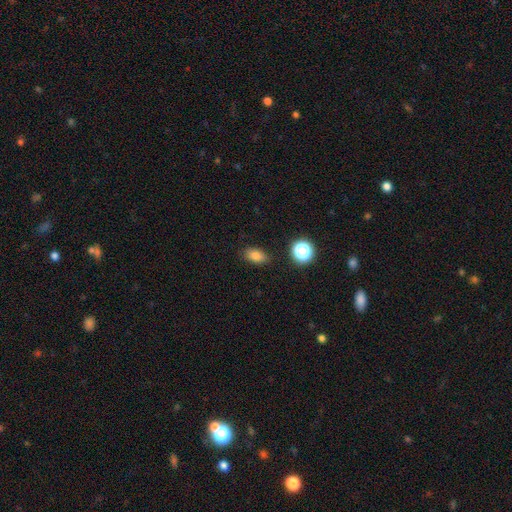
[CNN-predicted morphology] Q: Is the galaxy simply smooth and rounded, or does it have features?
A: smooth — 79%.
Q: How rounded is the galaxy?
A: in between — 83%.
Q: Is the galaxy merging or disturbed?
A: none — 85%.